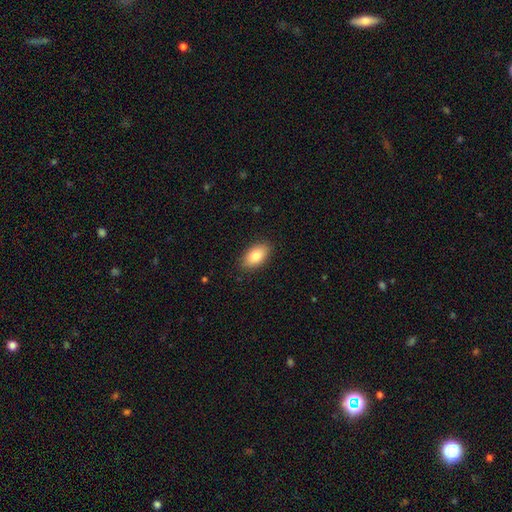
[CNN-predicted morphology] smooth_or_featured: smooth (p=0.83) [alt: featured or disk p=0.10]
how_rounded: in between (p=0.93) [alt: round p=0.05]
merging: none (p=0.88) [alt: minor disturbance p=0.09]